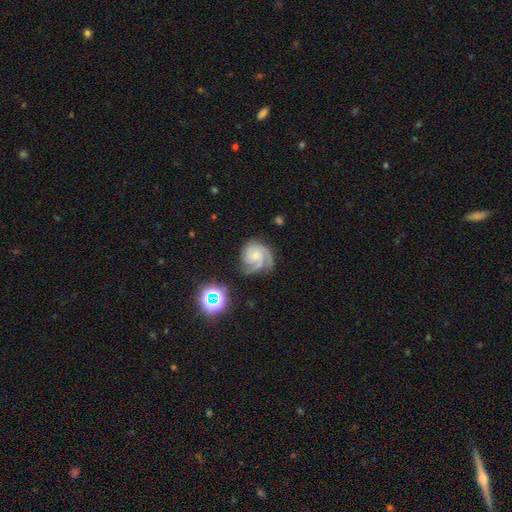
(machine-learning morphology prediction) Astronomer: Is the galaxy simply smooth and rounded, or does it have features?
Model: featured or disk — 85%.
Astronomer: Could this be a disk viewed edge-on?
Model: no — 98%.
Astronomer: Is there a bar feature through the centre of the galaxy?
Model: no — 74%.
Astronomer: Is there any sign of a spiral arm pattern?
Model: yes — 98%.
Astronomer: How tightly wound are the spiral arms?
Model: tight — 56% (runner-up: medium, 37%).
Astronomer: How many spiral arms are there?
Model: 3 — 61%.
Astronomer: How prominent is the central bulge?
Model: small — 62%.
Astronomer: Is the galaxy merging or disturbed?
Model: none — 66%.